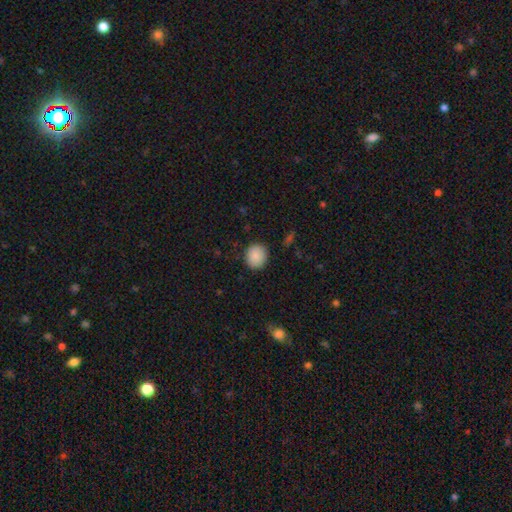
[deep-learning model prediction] Smooth or featured?
  - smooth: 88% *
  - star or artifact: 8%
  - featured or disk: 5%
How rounded?
  - round: 79% *
  - in between: 20%
  - cigar-shaped: 1%
Merging?
  - none: 87% *
  - minor disturbance: 9%
  - major disturbance: 2%
  - merger: 1%